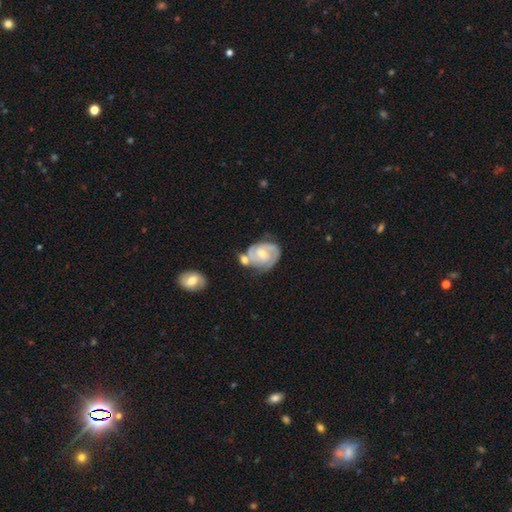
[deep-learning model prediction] Smooth or featured?
  - featured or disk: 80% *
  - smooth: 14%
  - star or artifact: 6%
Edge-on disk?
  - no: 97% *
  - yes: 3%
Bar?
  - no: 57% *
  - weak: 35%
  - strong: 8%
Spiral arms?
  - yes: 94% *
  - no: 6%
Spiral winding?
  - tight: 57% *
  - medium: 35%
  - loose: 8%
Spiral arm count?
  - 2: 57% *
  - 3: 18%
  - can't tell: 15%
  - 1: 4%
  - 4: 3%
  - more than 4: 2%
Bulge size?
  - moderate: 54% *
  - small: 42%
  - large: 2%
  - none: 2%
  - dominant: 1%
Merging?
  - none: 55% *
  - minor disturbance: 22%
  - merger: 16%
  - major disturbance: 8%